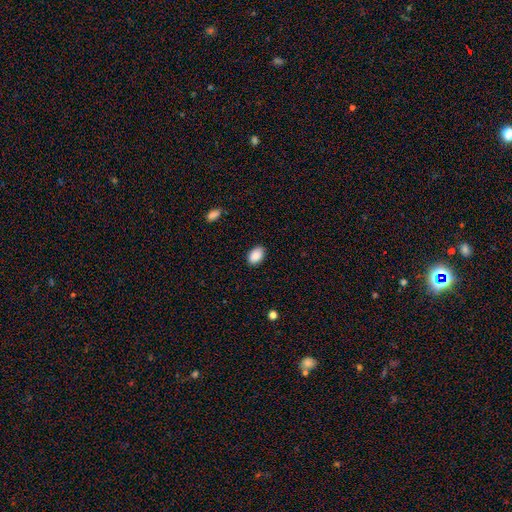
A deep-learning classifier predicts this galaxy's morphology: smooth 90%, star or artifact 7%, featured or disk 3%. Down the decision tree: how rounded — in between (88%); merging — none (88%).